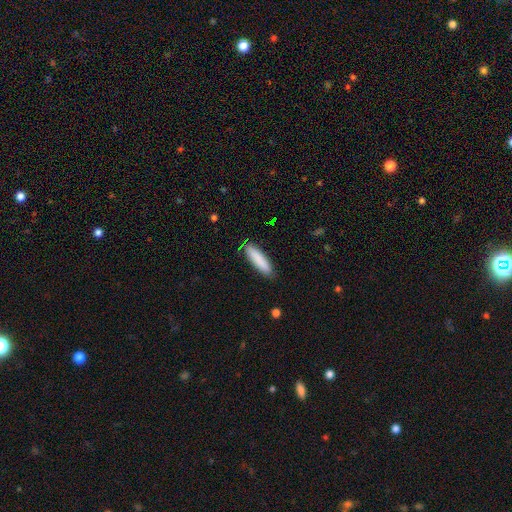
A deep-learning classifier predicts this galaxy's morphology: smooth-or-featured: smooth: 86% | featured or disk: 8% | star or artifact: 6%
  how-rounded: cigar-shaped: 73% | in between: 26% | round: 1%
  merging: none: 86% | minor disturbance: 11% | major disturbance: 2% | merger: 1%